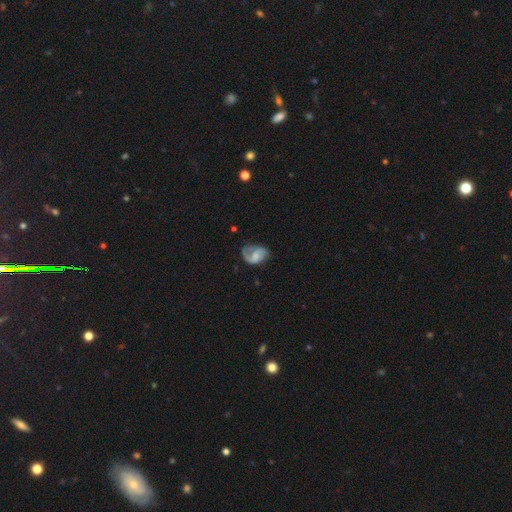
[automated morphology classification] featured or disk 63%, smooth 29%, star or artifact 7%. Down the decision tree: edge-on disk — no (97%); bar — no (47%); spiral arms — yes (87%); spiral arm count — 2 (59%); spiral winding — medium (42%); bulge size — none (33%); merging — none (49%).